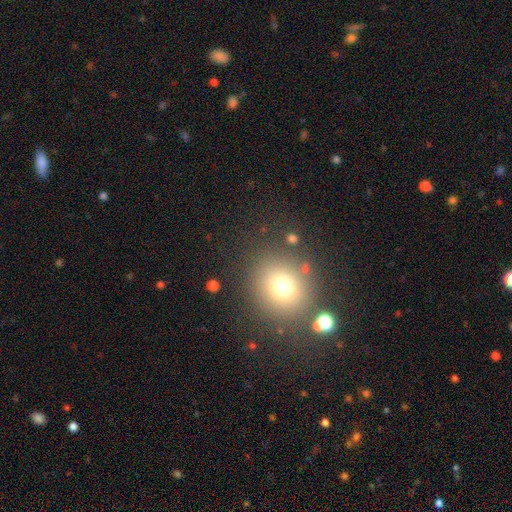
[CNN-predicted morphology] smooth 61%, star or artifact 29%, featured or disk 10%. Down the decision tree: how rounded — round (77%); merging — none (82%).